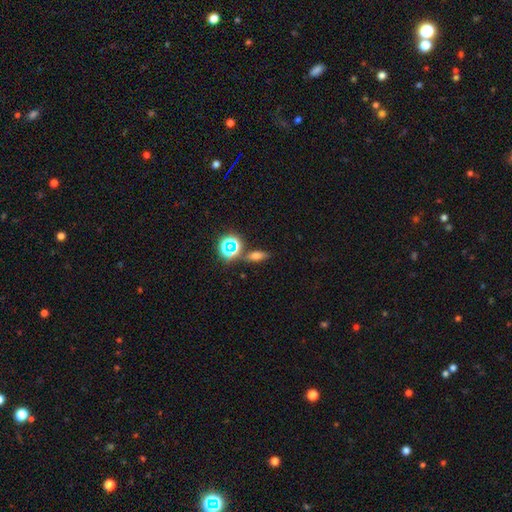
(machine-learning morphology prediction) smooth_or_featured: smooth (p=0.58) [alt: star or artifact p=0.22]
how_rounded: in between (p=0.53) [alt: cigar-shaped p=0.30]
merging: none (p=0.78) [alt: minor disturbance p=0.11]